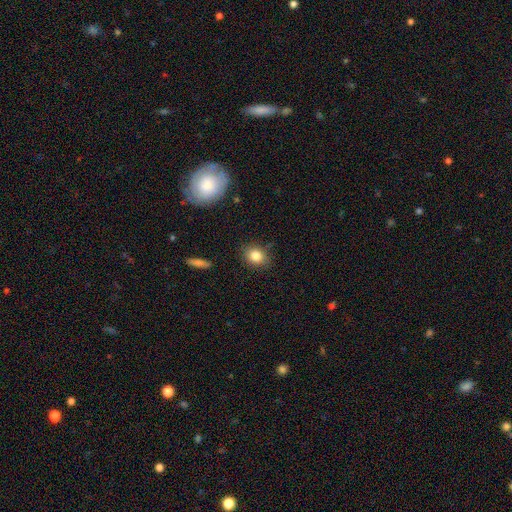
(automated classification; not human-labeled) smooth_or_featured: smooth (p=0.83) [alt: star or artifact p=0.10]
how_rounded: round (p=0.55) [alt: in between p=0.44]
merging: none (p=0.84) [alt: minor disturbance p=0.12]